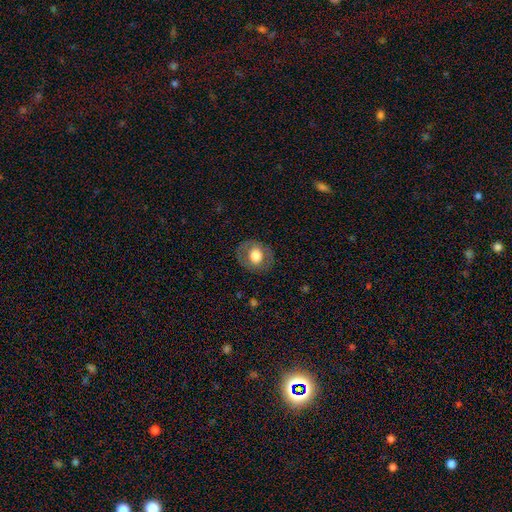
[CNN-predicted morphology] A smooth galaxy with no disk features (64%) that is round (70%). Merging: none (83%).